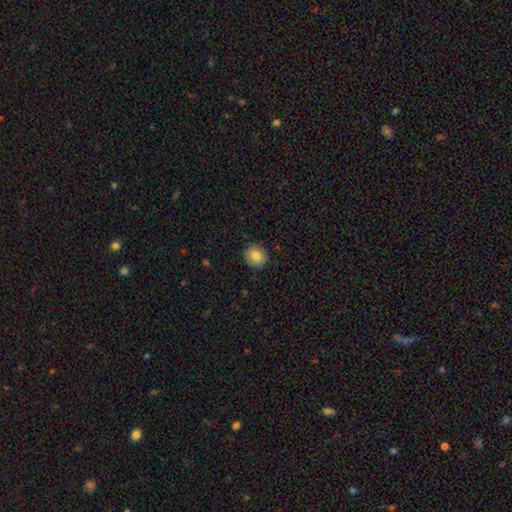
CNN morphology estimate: smooth 83%, featured or disk 9%, star or artifact 8%. Down the decision tree: how rounded — round (83%); merging — none (89%).